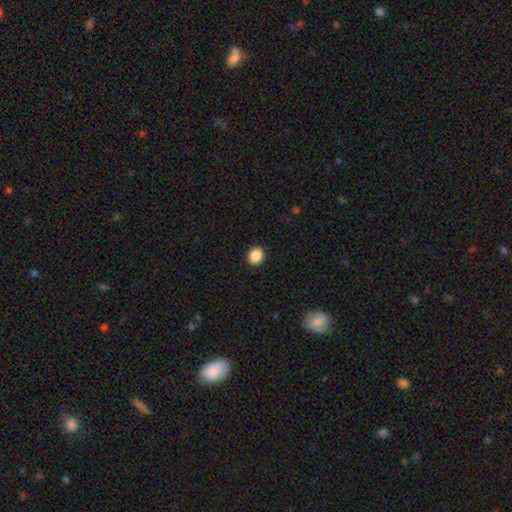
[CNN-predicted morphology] smooth-or-featured: smooth: 89% | star or artifact: 8% | featured or disk: 3%
  how-rounded: round: 58% | in between: 41% | cigar-shaped: 1%
  merging: none: 91% | minor disturbance: 6% | major disturbance: 2% | merger: 1%